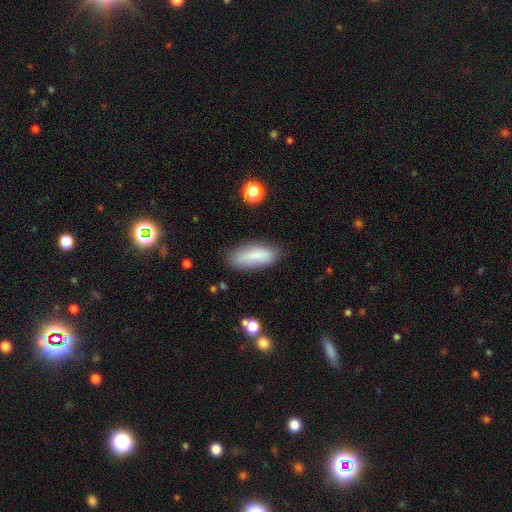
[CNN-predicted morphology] Smooth or featured? Predicted: smooth (p=0.77). How rounded? Predicted: in between (p=0.70). Merging? Predicted: none (p=0.76).